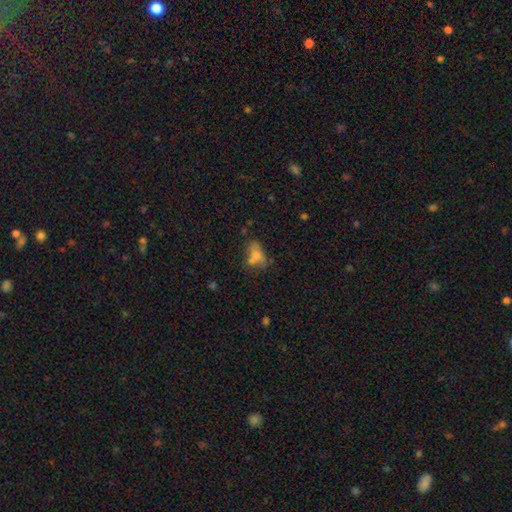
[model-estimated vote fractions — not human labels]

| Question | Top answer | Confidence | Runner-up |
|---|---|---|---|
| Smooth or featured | smooth | 65% | featured or disk (22%) |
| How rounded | in between | 77% | round (18%) |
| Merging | none | 38% | merger (30%) |